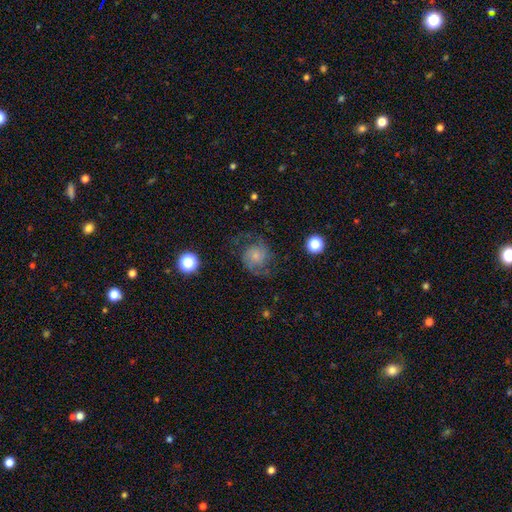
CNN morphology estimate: A featured or disk galaxy (62%) with no bar (74%), 2 (77%) medium (48%) spiral arms (91%) and a small central bulge (59%). Merging: none (61%).